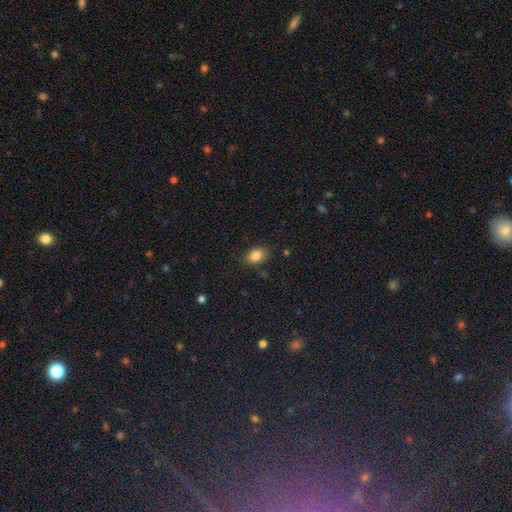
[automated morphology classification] A smooth galaxy with no disk features (84%) that is in between round and cigar-shaped (83%). Merging: none (83%).